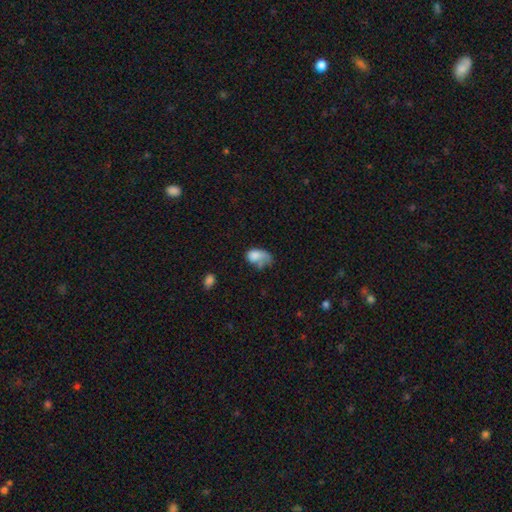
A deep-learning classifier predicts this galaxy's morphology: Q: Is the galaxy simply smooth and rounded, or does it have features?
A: smooth — 72%.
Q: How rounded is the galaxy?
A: in between — 84%.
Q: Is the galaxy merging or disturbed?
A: major disturbance — 38%.